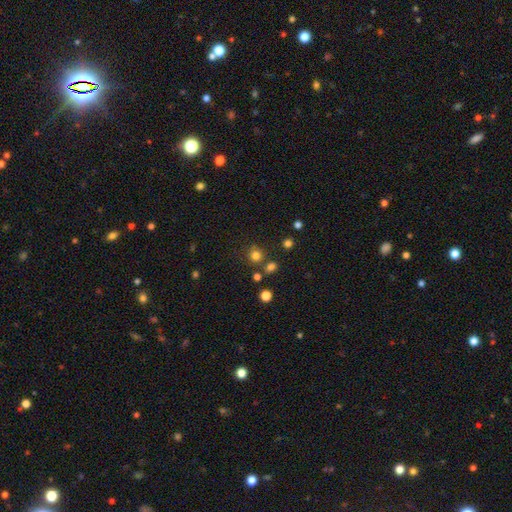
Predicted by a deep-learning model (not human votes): A smooth galaxy with no disk features (76%) that is round (89%).

Vote fractions:
- Smooth or featured? smooth: 76% / star or artifact: 18% / featured or disk: 6%
- How rounded? round: 89% / in between: 10% / cigar-shaped: 1%
- Merging? none: 74% / merger: 13% / minor disturbance: 9% / major disturbance: 4%